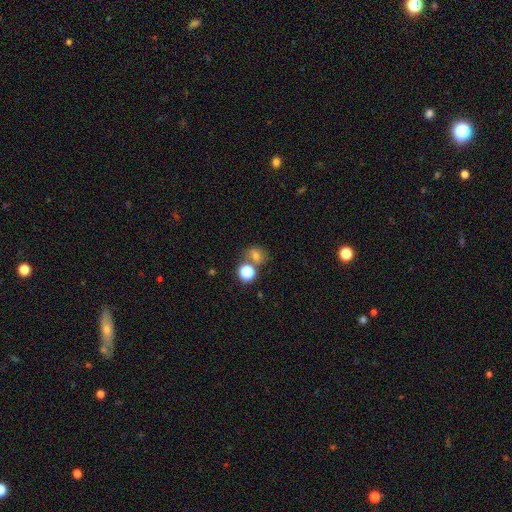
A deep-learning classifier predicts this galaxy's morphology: The model was most divided on "merging": none: 57%, merger: 25%, minor disturbance: 12%, major disturbance: 6%. More confident: how rounded — round (67%); smooth or featured — smooth (64%).